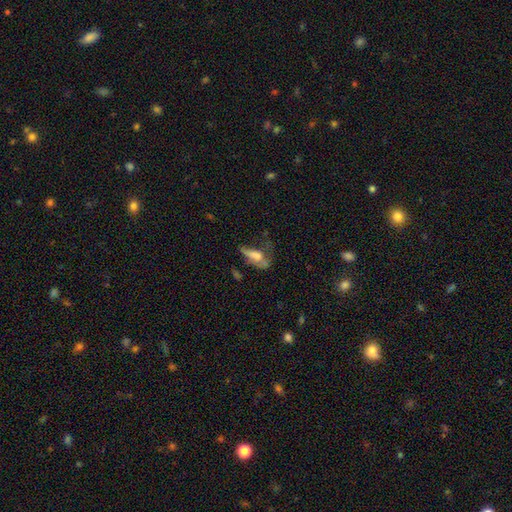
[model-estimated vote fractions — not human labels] A smooth galaxy with no disk features (50%) that is in between round and cigar-shaped (64%). Merging: major disturbance (46%).